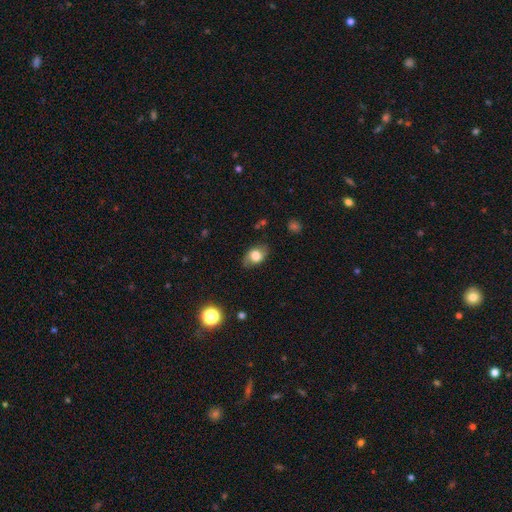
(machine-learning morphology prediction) smooth-or-featured: smooth: 70% | featured or disk: 21% | star or artifact: 9%
  how-rounded: in between: 77% | round: 21% | cigar-shaped: 2%
  merging: none: 73% | minor disturbance: 20% | major disturbance: 6% | merger: 1%